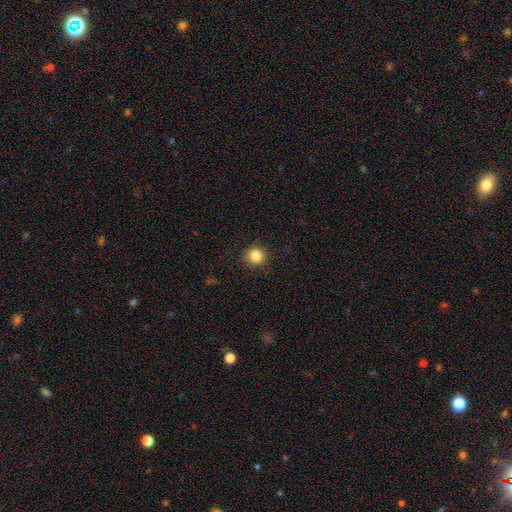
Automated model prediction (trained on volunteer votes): Smooth or featured? smooth (84%)
How rounded? round (93%)
Merging? none (88%)